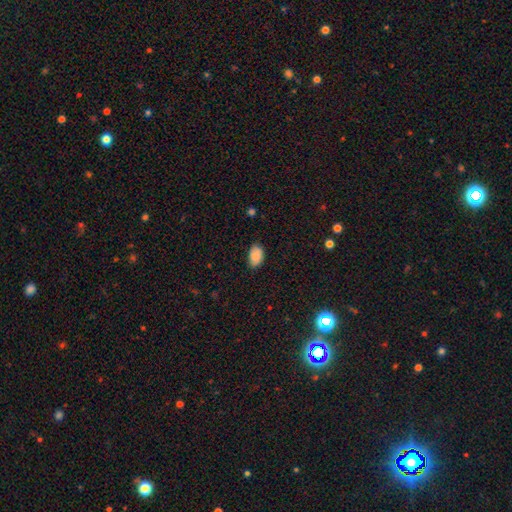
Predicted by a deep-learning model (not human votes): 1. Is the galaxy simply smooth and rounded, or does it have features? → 87% smooth, 8% star or artifact, 5% featured or disk.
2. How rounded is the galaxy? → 92% in between, 7% round, 1% cigar-shaped.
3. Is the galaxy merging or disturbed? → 78% none, 18% minor disturbance, 3% major disturbance, 1% merger.